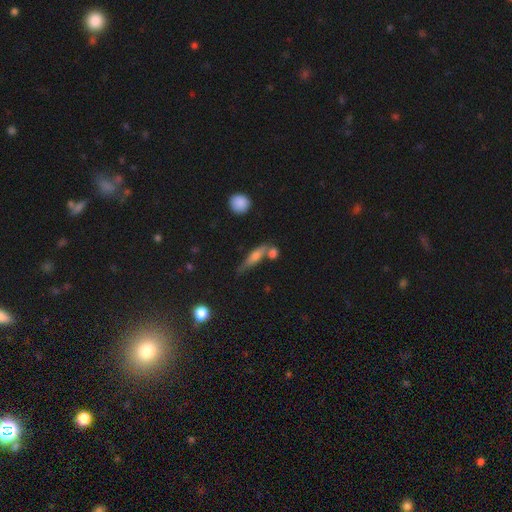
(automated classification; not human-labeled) The model was most divided on "smooth or featured": smooth: 56%, featured or disk: 35%, star or artifact: 9%. More confident: how rounded — cigar-shaped (69%); merging — none (52%).